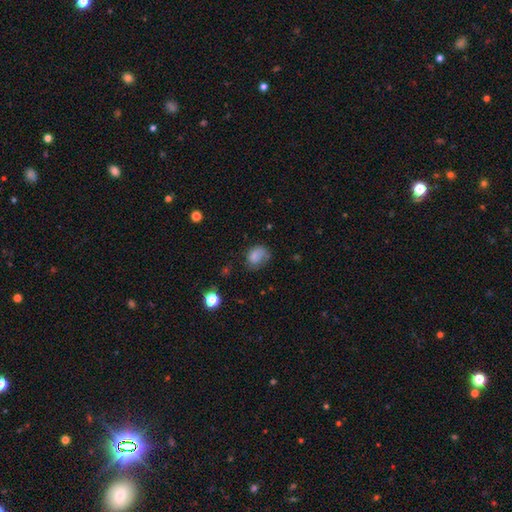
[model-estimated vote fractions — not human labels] Morphology: type=smooth (77%); roundness=in between (63%); merging=none (50%).